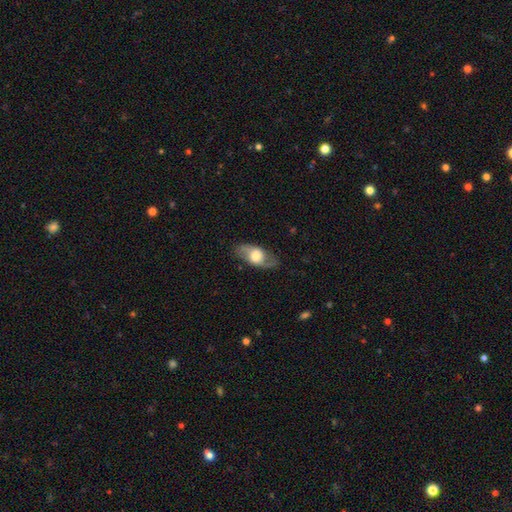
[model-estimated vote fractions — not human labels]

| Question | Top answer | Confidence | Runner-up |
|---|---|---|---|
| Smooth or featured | featured or disk | 54% | smooth (40%) |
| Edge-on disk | no | 78% | yes (22%) |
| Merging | none | 77% | minor disturbance (15%) |